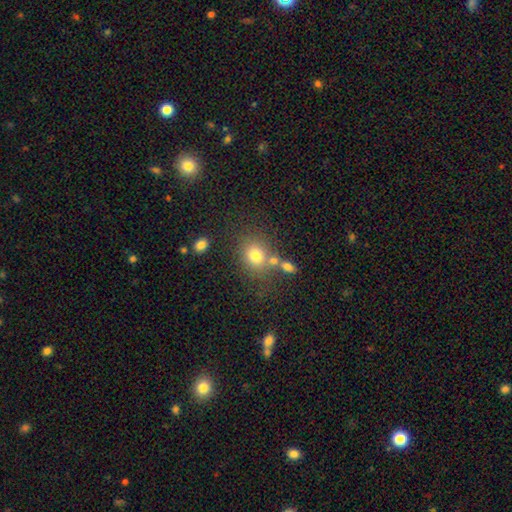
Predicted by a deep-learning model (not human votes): smooth_or_featured: smooth (p=0.77) [alt: star or artifact p=0.13]
how_rounded: round (p=0.63) [alt: in between p=0.36]
merging: none (p=0.62) [alt: merger p=0.18]